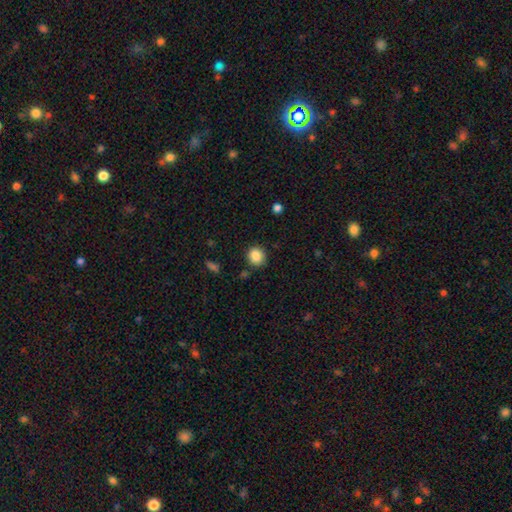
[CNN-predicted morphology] Smooth or featured: smooth — 87% (star or artifact — 9%)
How rounded: round — 82% (in between — 17%)
Merging: none — 84% (minor disturbance — 10%)